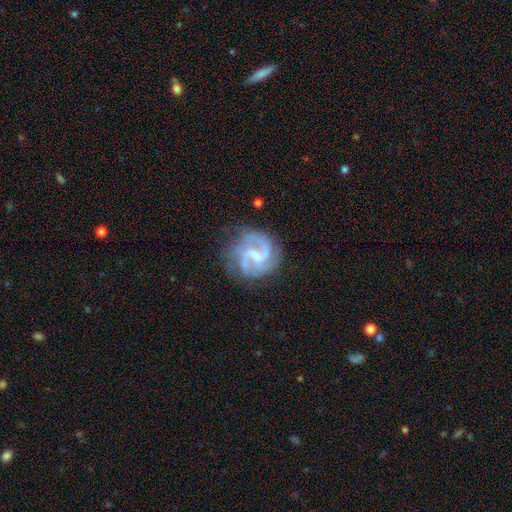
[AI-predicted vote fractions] featured or disk 88%, smooth 7%, star or artifact 5%. Down the decision tree: edge-on disk — no (98%); bar — weak (59%); spiral arms — yes (97%); spiral arm count — 2 (67%); spiral winding — medium (55%); bulge size — small (56%); merging — none (69%).